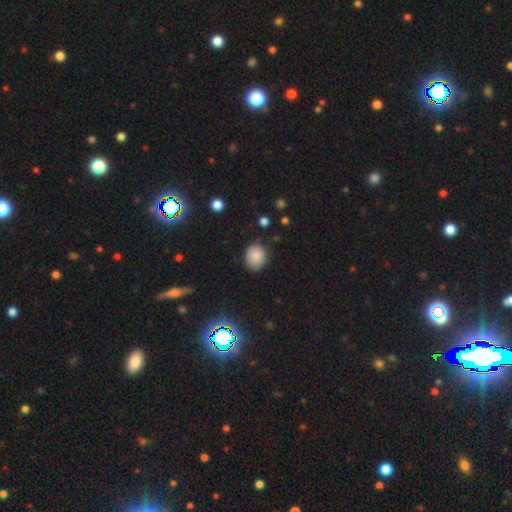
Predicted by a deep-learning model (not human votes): Smooth or featured: smooth — 83% (star or artifact — 10%)
How rounded: round — 56% (in between — 43%)
Merging: none — 74% (minor disturbance — 20%)